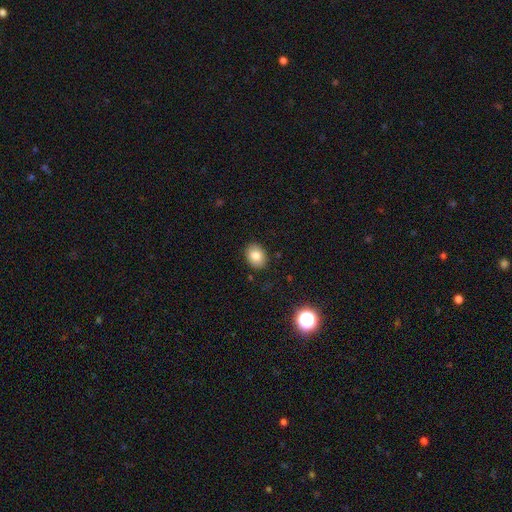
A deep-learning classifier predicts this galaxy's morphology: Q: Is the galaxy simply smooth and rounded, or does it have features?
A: smooth — 82%.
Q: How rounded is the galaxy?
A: in between — 64%.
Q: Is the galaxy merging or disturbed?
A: none — 87%.